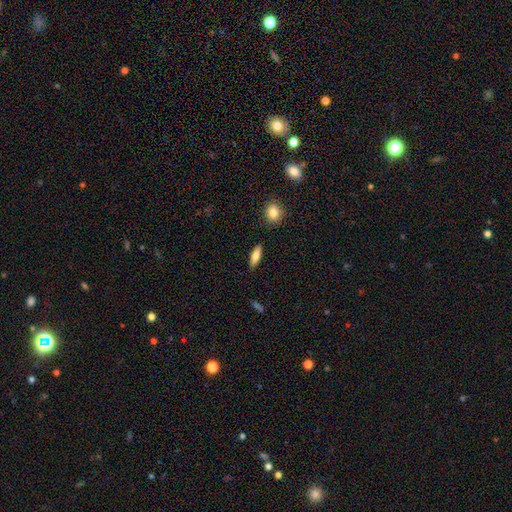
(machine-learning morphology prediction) This appears to be a smooth galaxy with no disk features (73%) that is cigar-shaped (51%). Merging: none (88%).